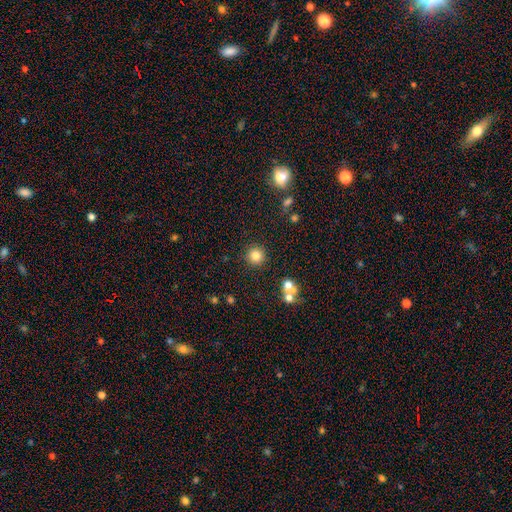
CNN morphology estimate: Q: Smooth or featured?
A: smooth (82%); runner-up: star or artifact (12%)
Q: How rounded?
A: round (94%); runner-up: in between (5%)
Q: Merging?
A: none (88%); runner-up: minor disturbance (6%)